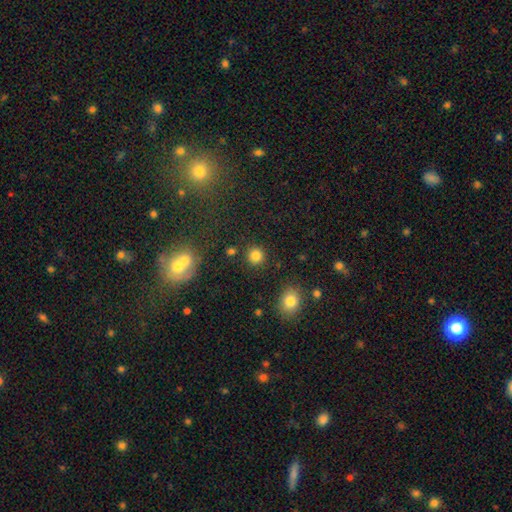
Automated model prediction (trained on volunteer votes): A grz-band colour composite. It shows a smooth galaxy with no disk features (83%) that is round (92%). Merging: none (89%).